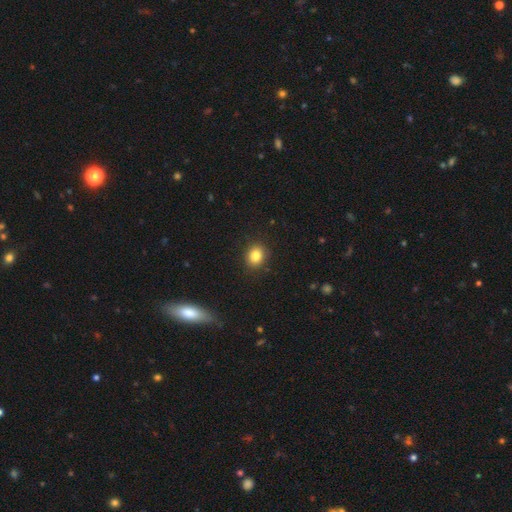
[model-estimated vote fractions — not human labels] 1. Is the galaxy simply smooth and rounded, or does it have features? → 83% smooth, 11% star or artifact, 6% featured or disk.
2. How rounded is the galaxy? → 64% round, 35% in between, 1% cigar-shaped.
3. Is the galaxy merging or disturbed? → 89% none, 8% minor disturbance, 2% major disturbance, 1% merger.